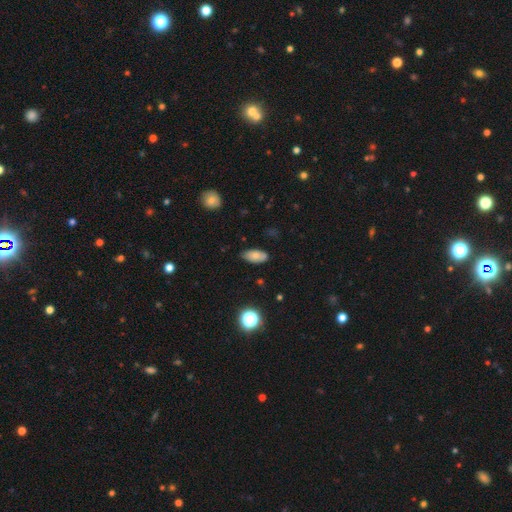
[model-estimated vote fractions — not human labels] Overall: smooth (74%). How rounded: in between (91%). Merging: none (76%).